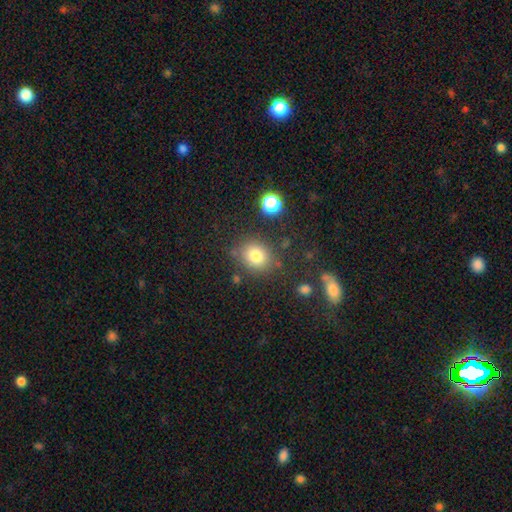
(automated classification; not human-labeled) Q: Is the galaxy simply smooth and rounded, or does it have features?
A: smooth — 79%.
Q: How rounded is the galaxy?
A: round — 66%.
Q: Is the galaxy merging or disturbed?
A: none — 79%.